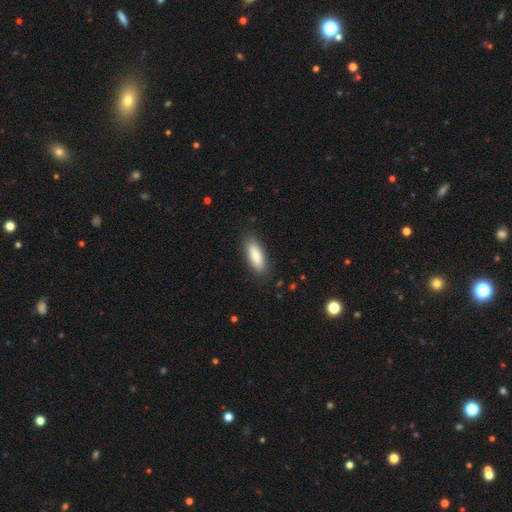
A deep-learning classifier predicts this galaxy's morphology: Smooth or featured? Predicted: smooth (p=0.84). How rounded? Predicted: in between (p=0.71). Merging? Predicted: none (p=0.86).